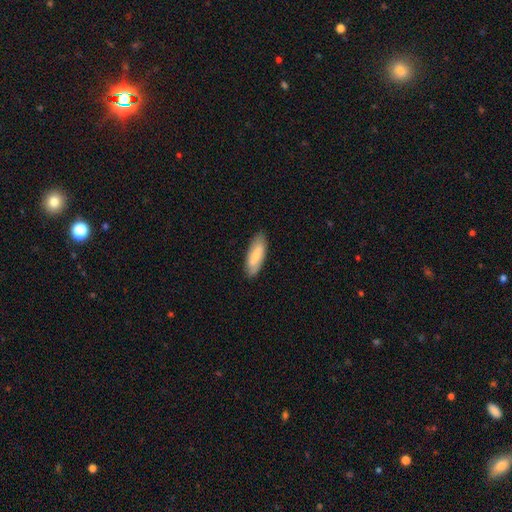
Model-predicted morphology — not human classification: smooth_or_featured: smooth (p=0.70) [alt: featured or disk p=0.25]
how_rounded: in between (p=0.65) [alt: cigar-shaped p=0.33]
merging: none (p=0.84) [alt: minor disturbance p=0.12]